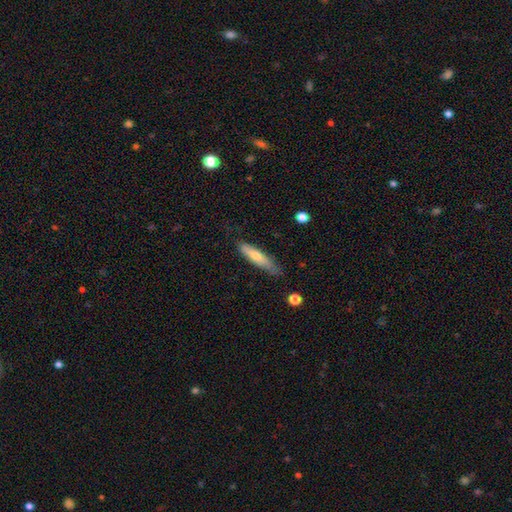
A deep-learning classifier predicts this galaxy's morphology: A smooth galaxy with no disk features (67%) that is cigar-shaped (75%). Merging: none (65%).